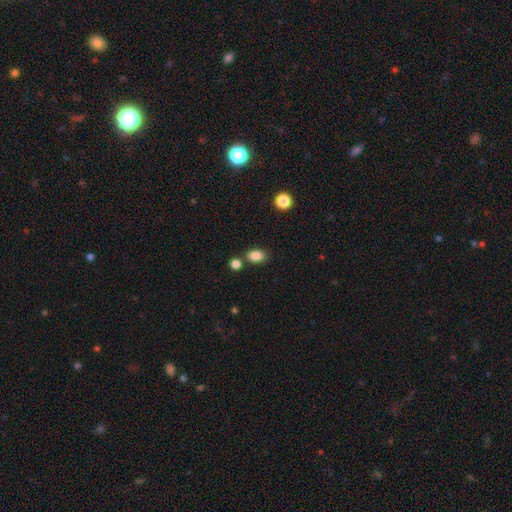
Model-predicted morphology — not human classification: Smooth or featured: smooth — 86% (star or artifact — 10%)
How rounded: in between — 78% (round — 21%)
Merging: none — 74% (merger — 13%)